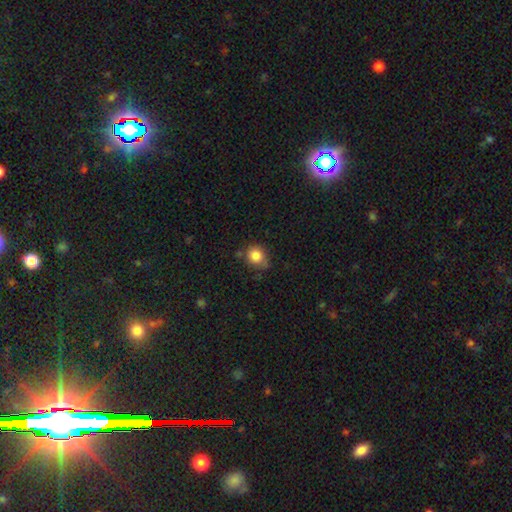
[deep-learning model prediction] Smooth or featured? Predicted: smooth (p=0.84). How rounded? Predicted: round (p=0.78). Merging? Predicted: none (p=0.66).